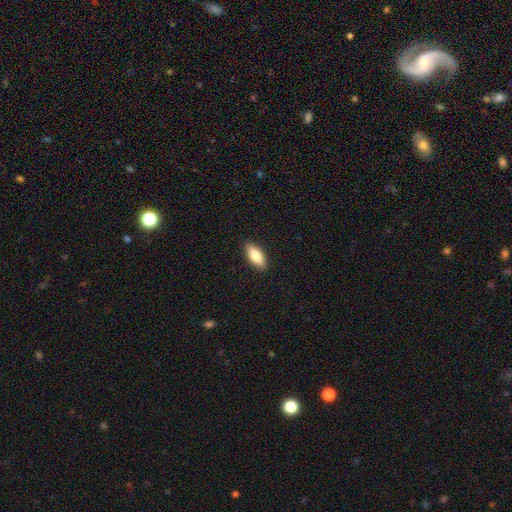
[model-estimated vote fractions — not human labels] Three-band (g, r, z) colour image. It shows a smooth galaxy with no disk features (83%) that is in between round and cigar-shaped (79%). Merging: none (89%).